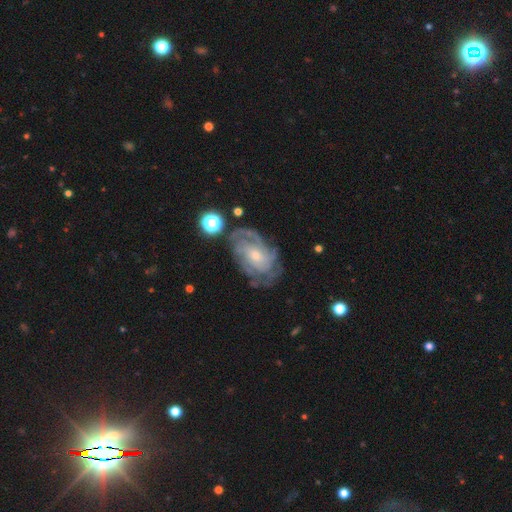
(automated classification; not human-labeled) Smooth or featured? featured or disk (83%)
Edge-on disk? no (96%)
Bar? no (68%)
Spiral arms? yes (93%)
Spiral winding? tight (60%)
Spiral arm count? can't tell (41%)
Bulge size? small (69%)
Merging? none (65%)